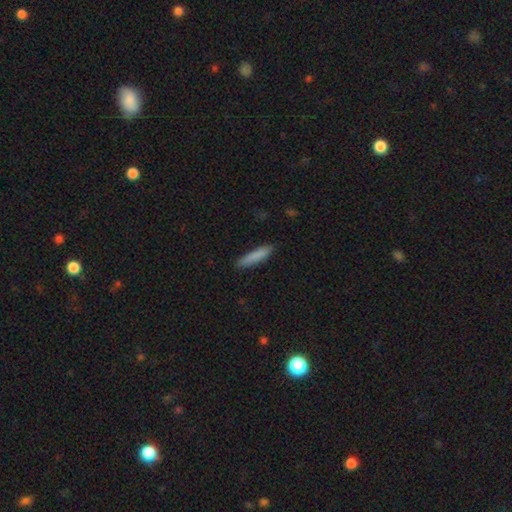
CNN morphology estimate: A smooth galaxy with no disk features (84%) that is cigar-shaped (89%). Merging: none (88%).